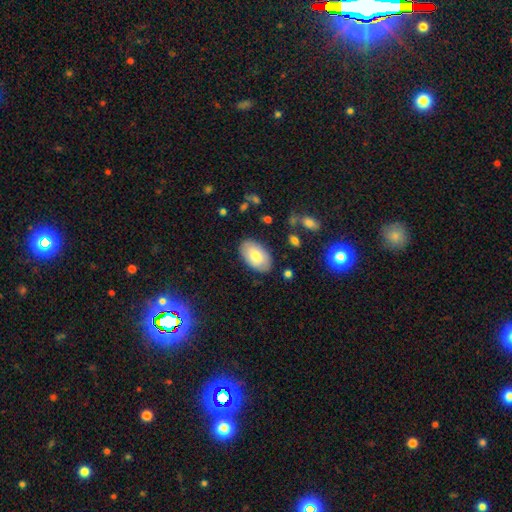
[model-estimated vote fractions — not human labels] smooth_or_featured: smooth (p=0.75) [alt: featured or disk p=0.19]
how_rounded: in between (p=0.94) [alt: round p=0.04]
merging: none (p=0.84) [alt: minor disturbance p=0.12]